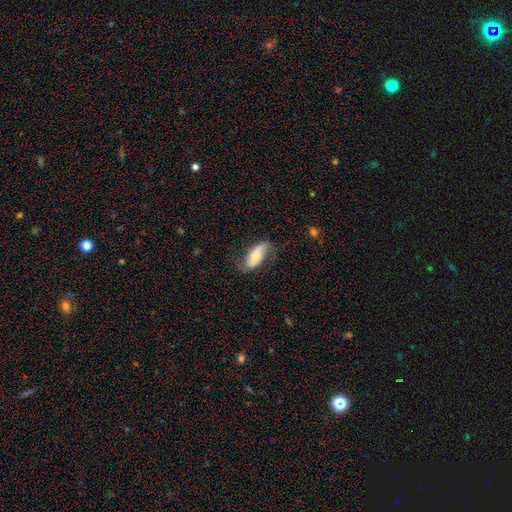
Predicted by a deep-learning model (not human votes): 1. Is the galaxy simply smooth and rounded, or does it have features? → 54% featured or disk, 39% smooth, 6% star or artifact.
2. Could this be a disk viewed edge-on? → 88% no, 12% yes.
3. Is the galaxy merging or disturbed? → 67% none, 24% minor disturbance, 8% major disturbance, 2% merger.